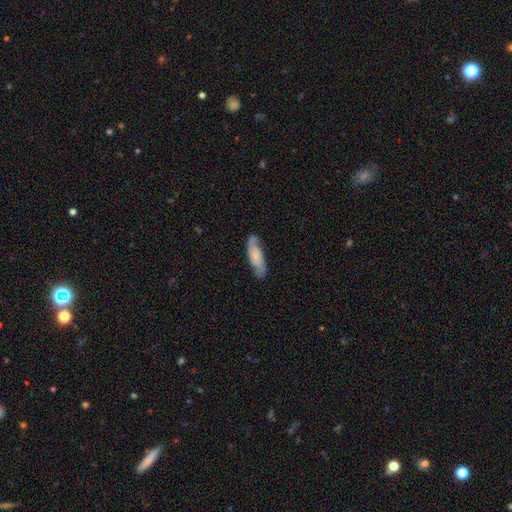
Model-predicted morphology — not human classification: This appears to be a smooth galaxy with no disk features (51%) that is cigar-shaped (50%). Merging: none (76%).